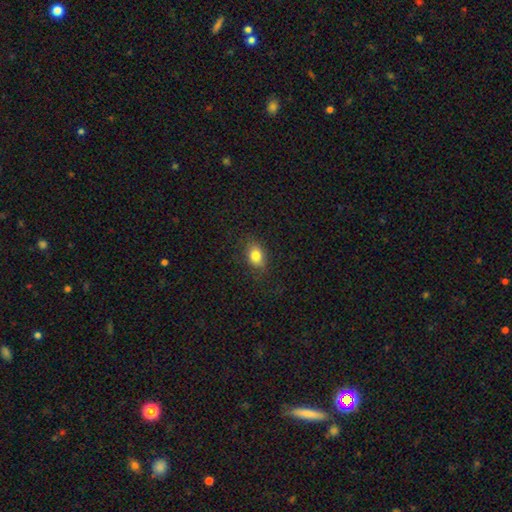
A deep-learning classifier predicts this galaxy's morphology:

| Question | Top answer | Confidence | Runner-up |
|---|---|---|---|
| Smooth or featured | smooth | 82% | star or artifact (10%) |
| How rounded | in between | 75% | round (23%) |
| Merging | none | 80% | minor disturbance (14%) |